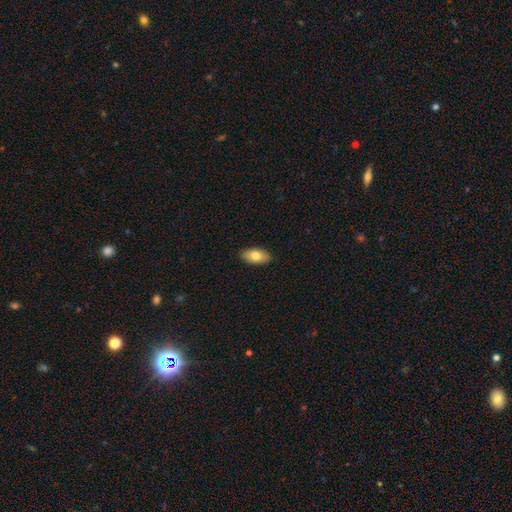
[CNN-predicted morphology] Q: Smooth or featured?
A: smooth (78%); runner-up: featured or disk (16%)
Q: How rounded?
A: in between (92%); runner-up: cigar-shaped (5%)
Q: Merging?
A: none (90%); runner-up: minor disturbance (8%)